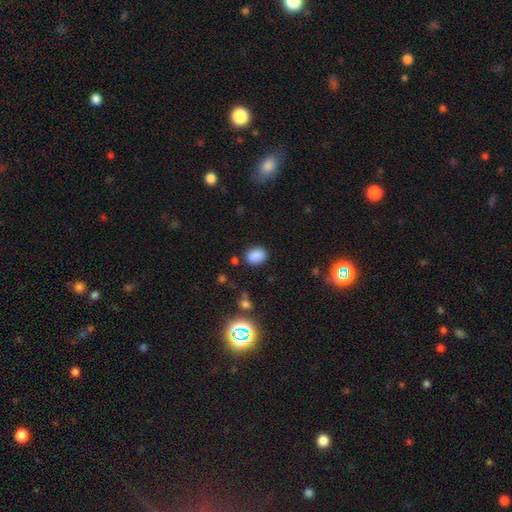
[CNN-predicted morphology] Smooth or featured?
  - smooth: 82% *
  - star or artifact: 13%
  - featured or disk: 5%
How rounded?
  - in between: 64% *
  - round: 35%
  - cigar-shaped: 1%
Merging?
  - none: 80% *
  - minor disturbance: 13%
  - major disturbance: 4%
  - merger: 3%